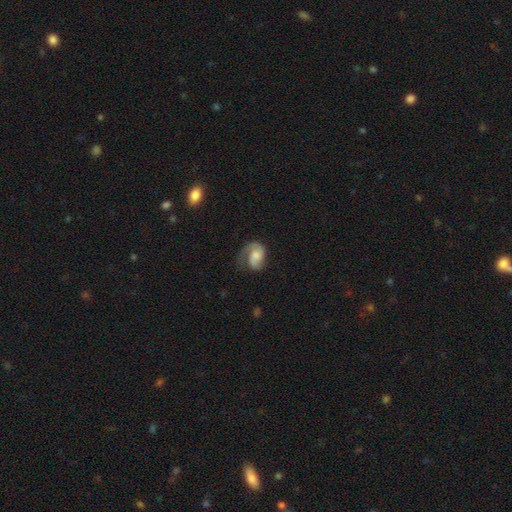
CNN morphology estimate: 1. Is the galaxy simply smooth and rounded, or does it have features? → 64% featured or disk, 29% smooth, 7% star or artifact.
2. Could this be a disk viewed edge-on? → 97% no, 3% yes.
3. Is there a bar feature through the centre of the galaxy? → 66% no, 28% weak, 6% strong.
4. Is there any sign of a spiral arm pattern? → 91% yes, 9% no.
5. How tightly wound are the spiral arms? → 43% medium, 30% loose, 27% tight.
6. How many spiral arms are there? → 49% 1, 42% 2, 6% can't tell, 1% 3, 1% 4, 1% more than 4.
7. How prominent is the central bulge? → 39% moderate, 30% small, 14% large, 14% none, 3% dominant.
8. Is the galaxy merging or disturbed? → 44% none, 29% major disturbance, 26% minor disturbance, 2% merger.